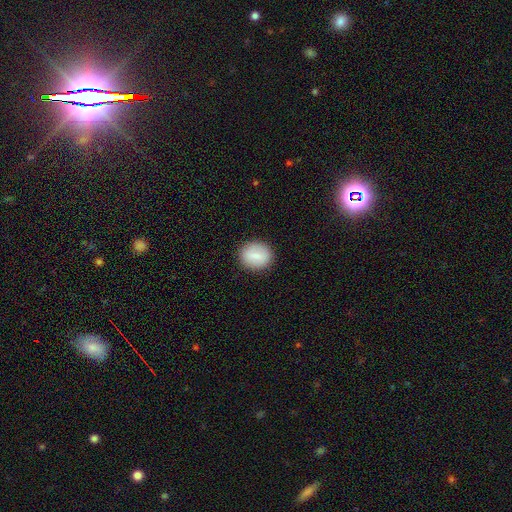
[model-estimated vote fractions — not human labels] Morphology: type=smooth (77%); roundness=round (72%); merging=none (88%).